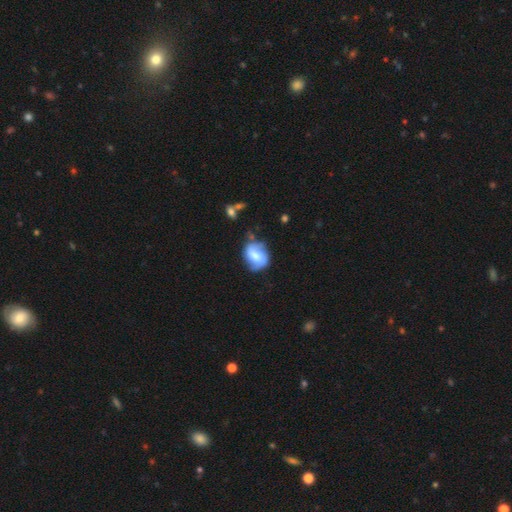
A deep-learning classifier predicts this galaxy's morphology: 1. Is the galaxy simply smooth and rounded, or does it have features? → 50% featured or disk, 43% smooth, 8% star or artifact.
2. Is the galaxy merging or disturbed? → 60% none, 26% minor disturbance, 10% major disturbance, 4% merger.